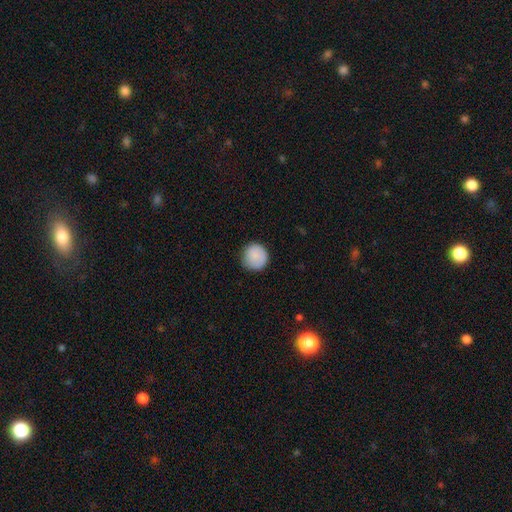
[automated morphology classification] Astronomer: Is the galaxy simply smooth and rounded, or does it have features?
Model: smooth — 85%.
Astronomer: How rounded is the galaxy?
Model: round — 93%.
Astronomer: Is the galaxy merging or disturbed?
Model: none — 84%.